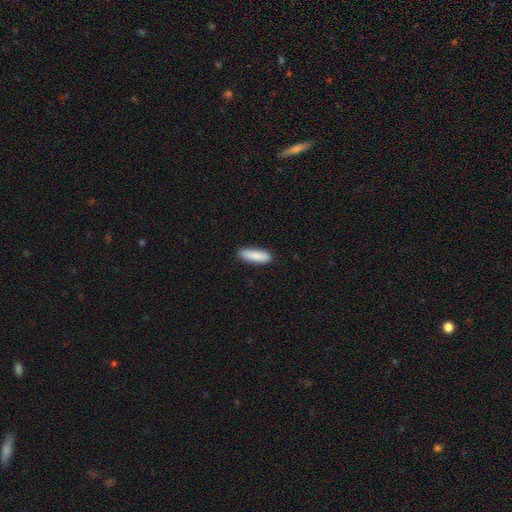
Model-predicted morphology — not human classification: Smooth or featured: smooth — 87% (featured or disk — 7%)
How rounded: cigar-shaped — 52% (in between — 47%)
Merging: none — 87% (minor disturbance — 10%)